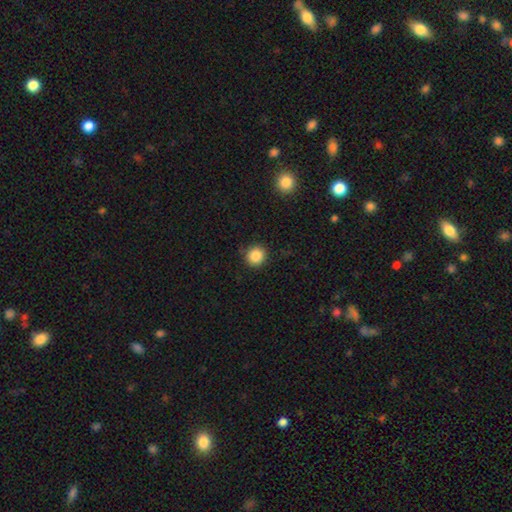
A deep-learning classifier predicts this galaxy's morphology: Q: Smooth or featured?
A: smooth (86%); runner-up: star or artifact (10%)
Q: How rounded?
A: round (91%); runner-up: in between (8%)
Q: Merging?
A: none (89%); runner-up: minor disturbance (8%)